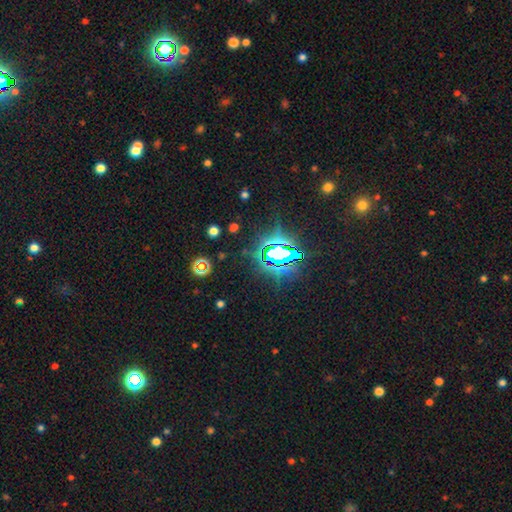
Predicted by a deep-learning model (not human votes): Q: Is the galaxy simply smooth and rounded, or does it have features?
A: star or artifact — 82%.